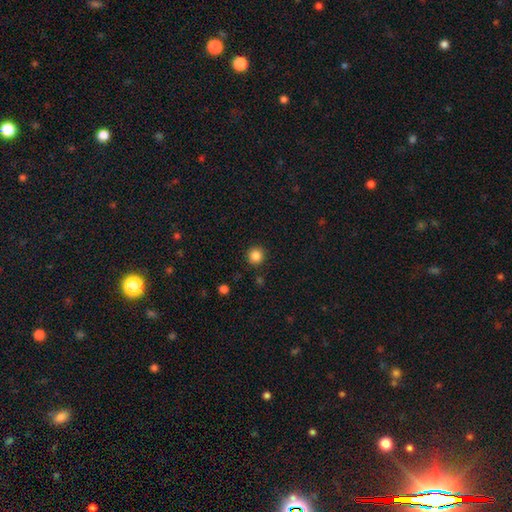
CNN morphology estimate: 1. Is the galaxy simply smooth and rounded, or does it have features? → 85% smooth, 11% star or artifact, 4% featured or disk.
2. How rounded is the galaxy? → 95% round, 4% in between, 1% cigar-shaped.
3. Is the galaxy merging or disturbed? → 91% none, 5% minor disturbance, 2% major disturbance, 1% merger.